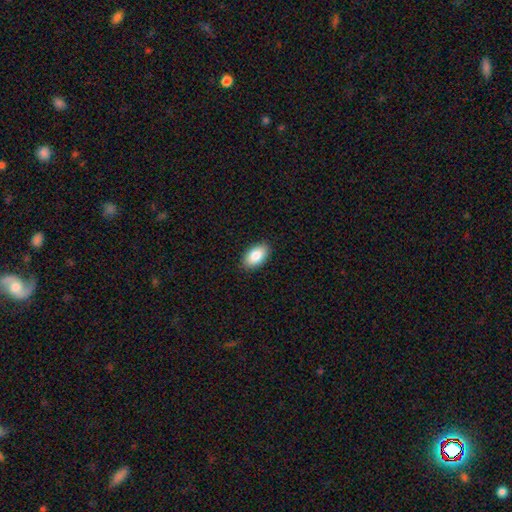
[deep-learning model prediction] A smooth galaxy with no disk features (86%) that is in between round and cigar-shaped (94%).

Vote fractions:
- Smooth or featured? smooth: 86% / featured or disk: 8% / star or artifact: 7%
- How rounded? in between: 94% / round: 4% / cigar-shaped: 2%
- Merging? none: 89% / minor disturbance: 8% / major disturbance: 2% / merger: 1%